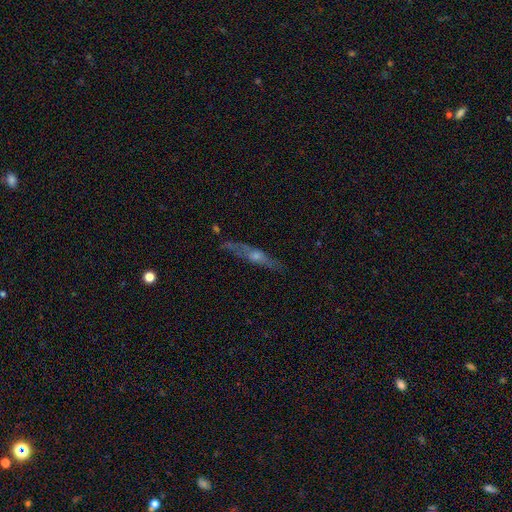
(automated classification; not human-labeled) A featured or disk galaxy (64%) viewed edge-on (84%) with a rounded central bulge (79%).

Vote fractions:
- Smooth or featured? featured or disk: 64% / smooth: 26% / star or artifact: 10%
- Edge-on disk? yes: 84% / no: 16%
- Edge-on bulge? rounded: 79% / none: 15% / boxy: 6%
- Merging? none: 76% / minor disturbance: 16% / major disturbance: 5% / merger: 2%